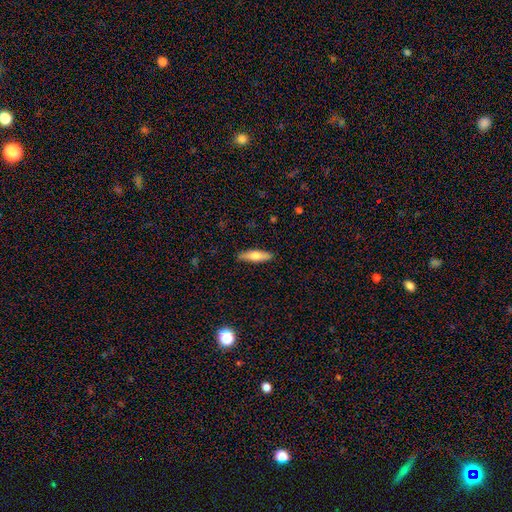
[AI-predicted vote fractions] Q: Smooth or featured?
A: smooth (64%); runner-up: featured or disk (30%)
Q: How rounded?
A: cigar-shaped (61%); runner-up: in between (37%)
Q: Merging?
A: none (88%); runner-up: minor disturbance (9%)